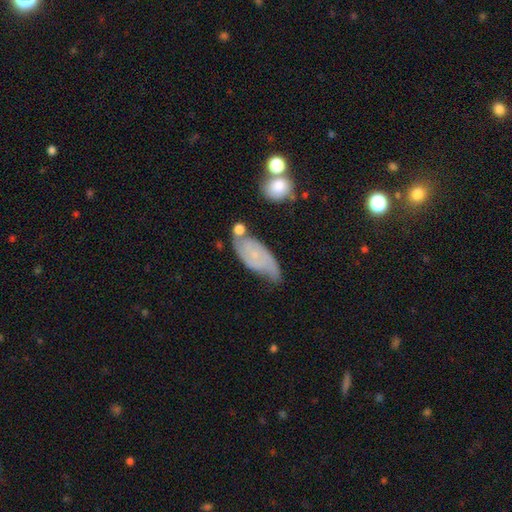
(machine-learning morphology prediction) smooth-or-featured: featured or disk: 66% | smooth: 26% | star or artifact: 8%
  disk-edge-on: no: 93% | yes: 7%
    bar: no: 72% | weak: 24% | strong: 4%
    has-spiral-arms: yes: 89% | no: 11%
      spiral-winding: tight: 46% | medium: 37% | loose: 17%
      spiral-arm-count: 2: 62% | can't tell: 24% | 3: 6% | 1: 3% | 4: 2% | more than 4: 2%
    bulge-size: small: 74% | none: 13% | moderate: 10% | large: 1% | dominant: 1%
  merging: none: 53% | minor disturbance: 29% | major disturbance: 10% | merger: 8%